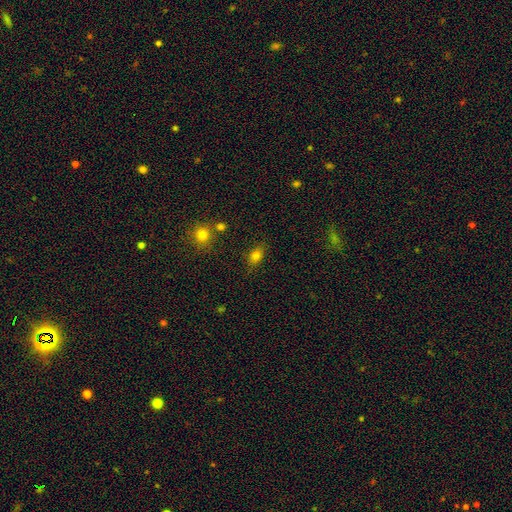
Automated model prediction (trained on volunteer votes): Morphology: type=smooth (77%); roundness=in between (74%); merging=none (80%).